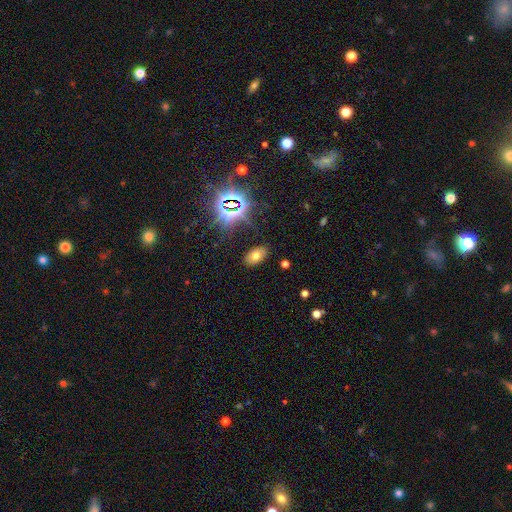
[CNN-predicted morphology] Smooth or featured? smooth (63%)
How rounded? in between (91%)
Merging? none (86%)